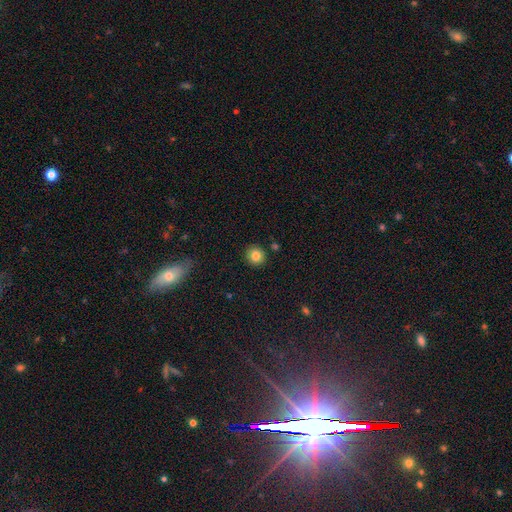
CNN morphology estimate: type=smooth (83%); roundness=round (91%); merging=none (90%).